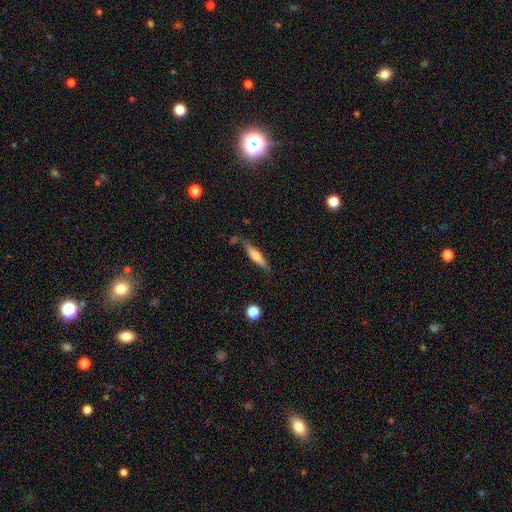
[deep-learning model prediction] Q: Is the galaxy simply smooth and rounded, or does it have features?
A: smooth — 60%.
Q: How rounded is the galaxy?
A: cigar-shaped — 81%.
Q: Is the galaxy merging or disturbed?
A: none — 75%.